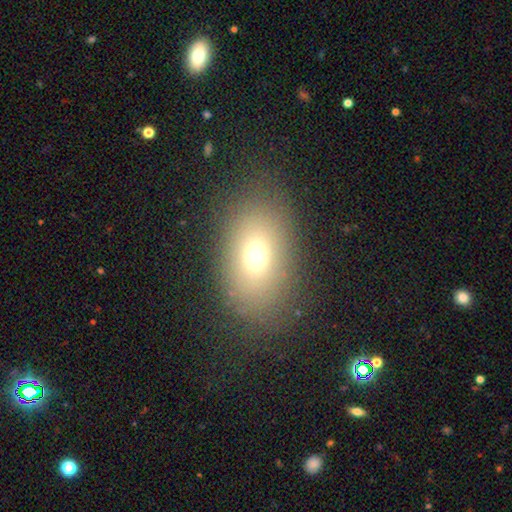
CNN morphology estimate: A smooth galaxy with no disk features (70%) that is in between round and cigar-shaped (83%).

Vote fractions:
- Smooth or featured? smooth: 70% / featured or disk: 16% / star or artifact: 14%
- How rounded? in between: 83% / round: 16% / cigar-shaped: 2%
- Merging? none: 82% / minor disturbance: 11% / major disturbance: 6% / merger: 1%